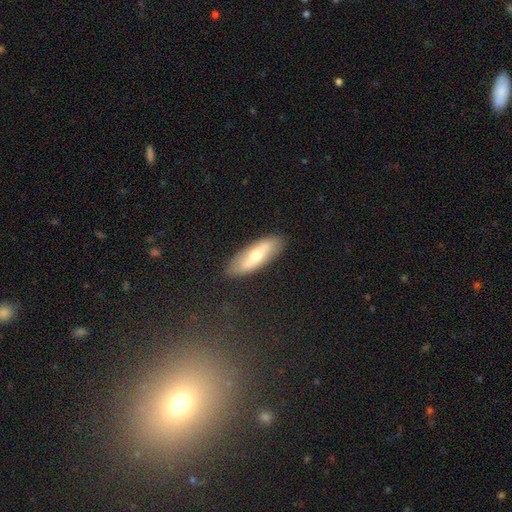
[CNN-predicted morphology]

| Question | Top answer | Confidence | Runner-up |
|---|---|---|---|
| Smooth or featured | smooth | 52% | featured or disk (43%) |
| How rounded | in between | 58% | cigar-shaped (39%) |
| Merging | none | 87% | minor disturbance (10%) |